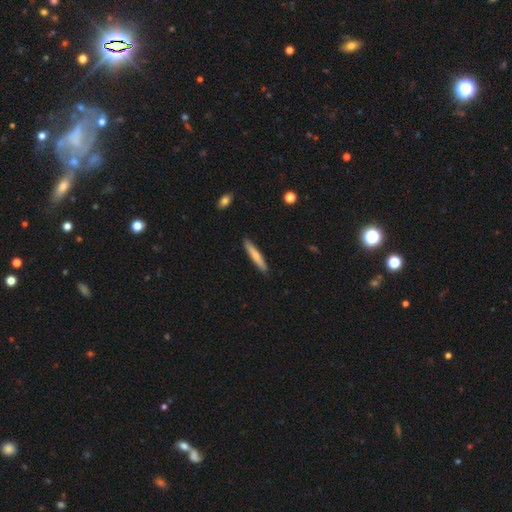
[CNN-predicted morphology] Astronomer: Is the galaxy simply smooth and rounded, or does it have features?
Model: smooth — 65%.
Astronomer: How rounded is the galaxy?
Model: cigar-shaped — 92%.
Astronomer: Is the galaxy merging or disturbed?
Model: none — 90%.